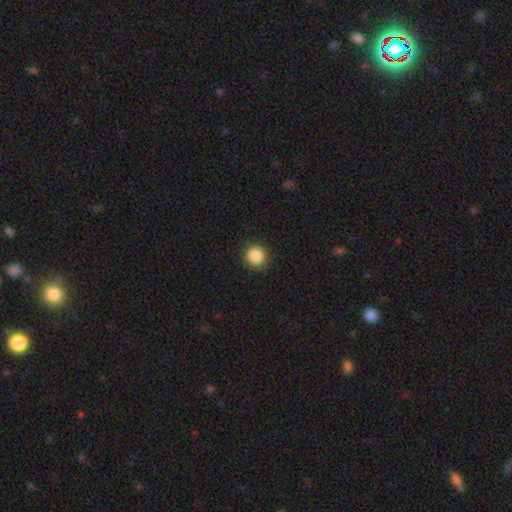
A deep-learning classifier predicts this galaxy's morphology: smooth 87%, star or artifact 10%, featured or disk 3%. Down the decision tree: how rounded — round (94%); merging — none (91%).